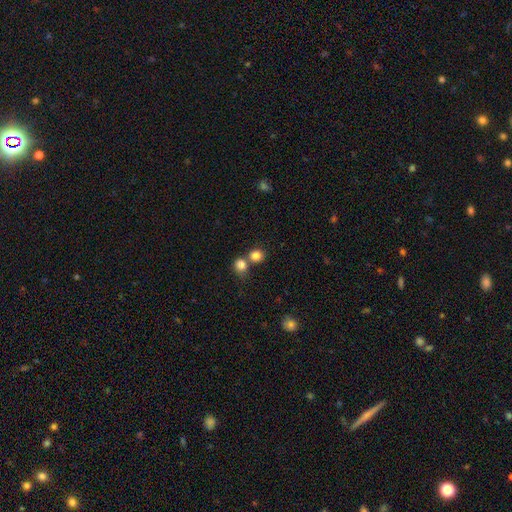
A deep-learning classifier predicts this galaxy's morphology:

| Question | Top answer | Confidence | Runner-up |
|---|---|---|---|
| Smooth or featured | smooth | 83% | star or artifact (11%) |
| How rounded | round | 80% | in between (19%) |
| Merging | none | 53% | merger (37%) |